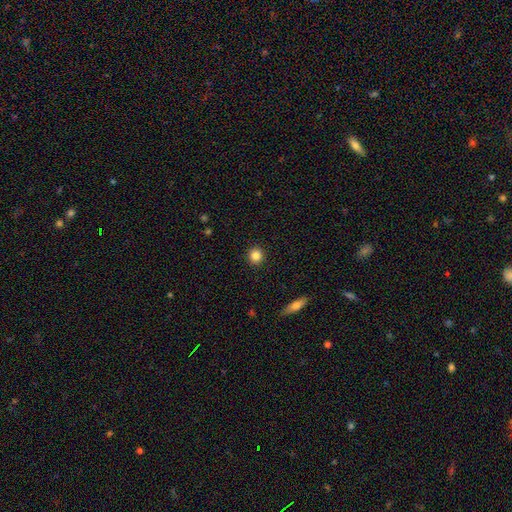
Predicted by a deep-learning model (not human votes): smooth 84%, star or artifact 11%, featured or disk 5%. Down the decision tree: how rounded — round (92%); merging — none (92%).